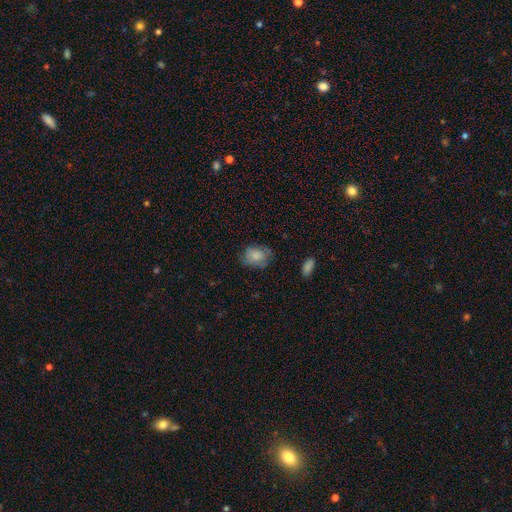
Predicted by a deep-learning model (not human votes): smooth-or-featured: smooth: 78% | featured or disk: 14% | star or artifact: 8%
  how-rounded: in between: 66% | round: 33% | cigar-shaped: 1%
  merging: none: 66% | minor disturbance: 25% | major disturbance: 8% | merger: 2%